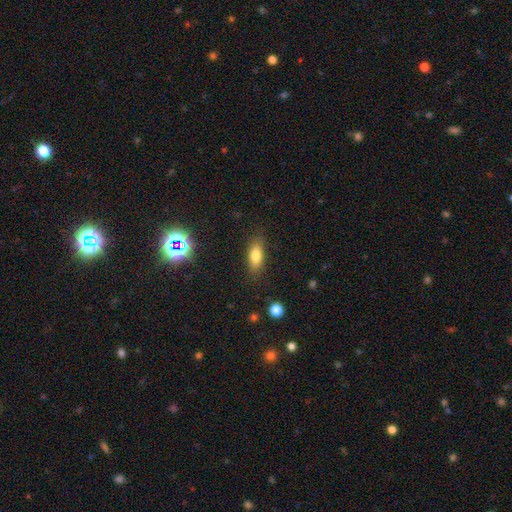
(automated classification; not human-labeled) A smooth galaxy with no disk features (77%) that is in between round and cigar-shaped (77%). Merging: none (82%).